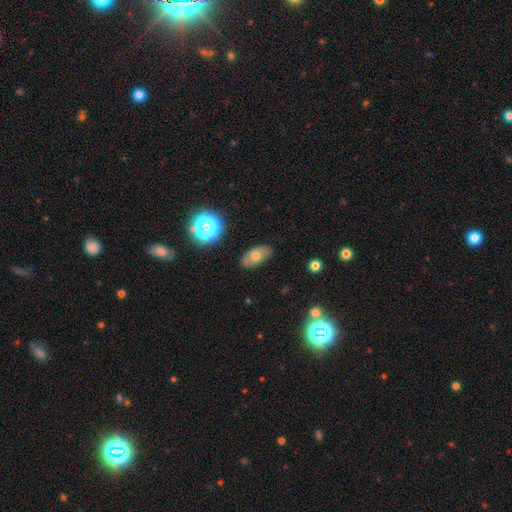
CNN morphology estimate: Smooth or featured? Predicted: smooth (p=0.62). How rounded? Predicted: in between (p=0.88). Merging? Predicted: none (p=0.82).